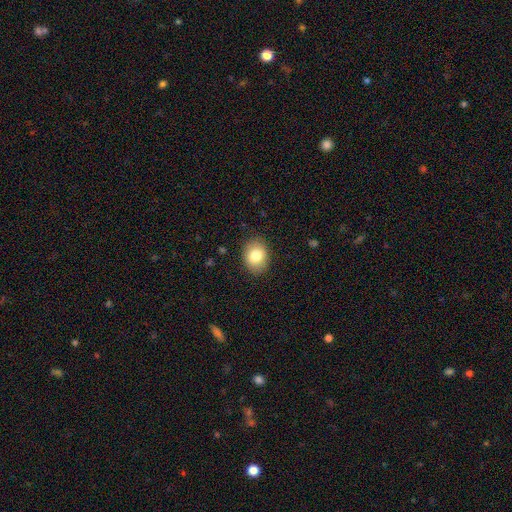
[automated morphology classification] A smooth galaxy with no disk features (82%) that is in between round and cigar-shaped (57%).

Vote fractions:
- Smooth or featured? smooth: 82% / featured or disk: 10% / star or artifact: 8%
- How rounded? in between: 57% / round: 42% / cigar-shaped: 1%
- Merging? none: 86% / minor disturbance: 10% / major disturbance: 3% / merger: 1%